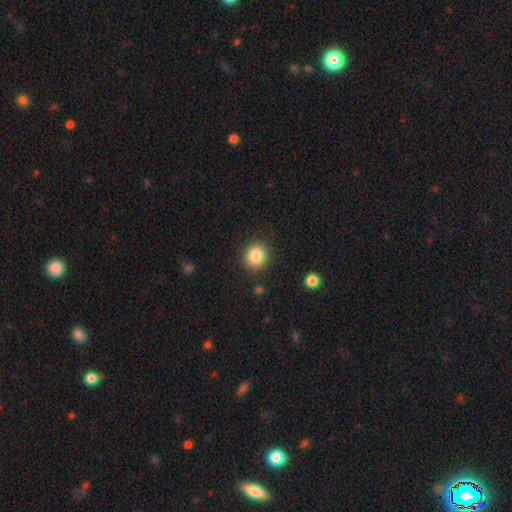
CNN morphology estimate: Overall: smooth (85%). How rounded: round (83%). Merging: none (88%).